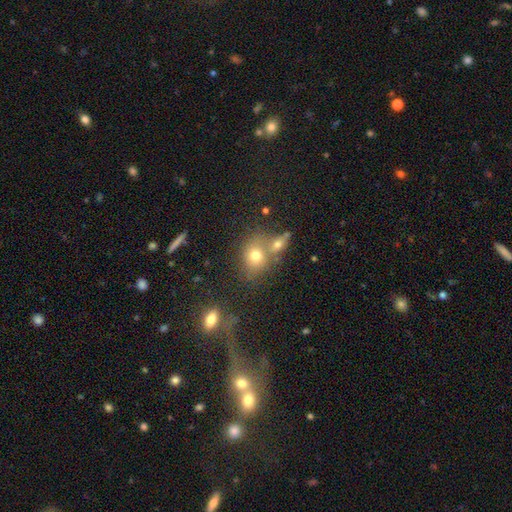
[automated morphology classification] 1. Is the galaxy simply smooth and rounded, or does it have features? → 72% smooth, 14% star or artifact, 14% featured or disk.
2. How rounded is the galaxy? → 59% round, 40% in between, 1% cigar-shaped.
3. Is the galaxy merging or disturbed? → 47% none, 37% merger, 10% minor disturbance, 5% major disturbance.